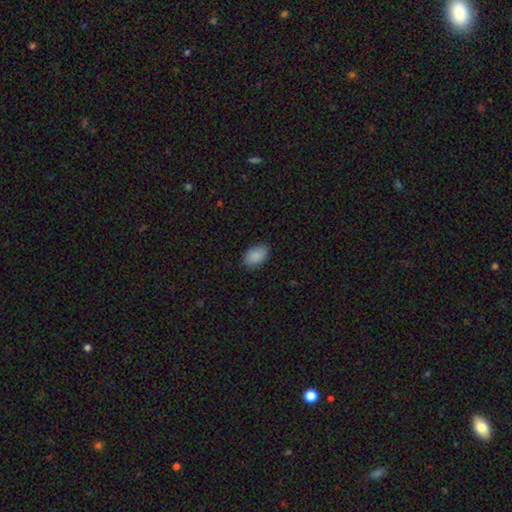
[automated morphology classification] smooth-or-featured: smooth: 90% | star or artifact: 7% | featured or disk: 3%
  how-rounded: in between: 88% | round: 11% | cigar-shaped: 1%
  merging: none: 87% | minor disturbance: 10% | major disturbance: 2% | merger: 1%